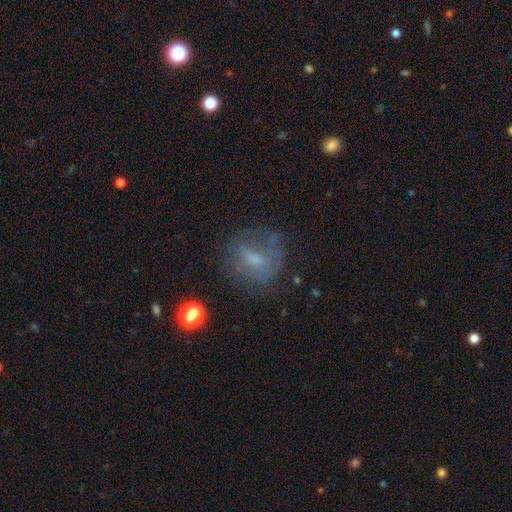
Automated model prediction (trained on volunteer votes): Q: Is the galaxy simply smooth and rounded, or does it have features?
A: smooth — 42%.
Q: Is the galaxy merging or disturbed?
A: none — 64%.